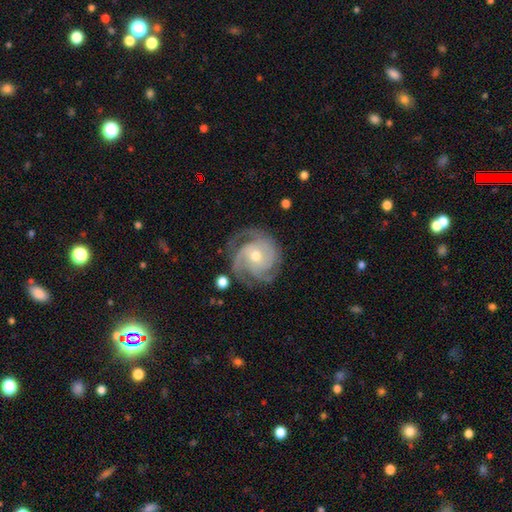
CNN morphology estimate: featured or disk 90%, smooth 5%, star or artifact 4%. Down the decision tree: edge-on disk — no (98%); bar — no (73%); spiral arms — yes (98%); spiral arm count — 3 (51%); spiral winding — tight (62%); bulge size — moderate (57%); merging — none (74%).